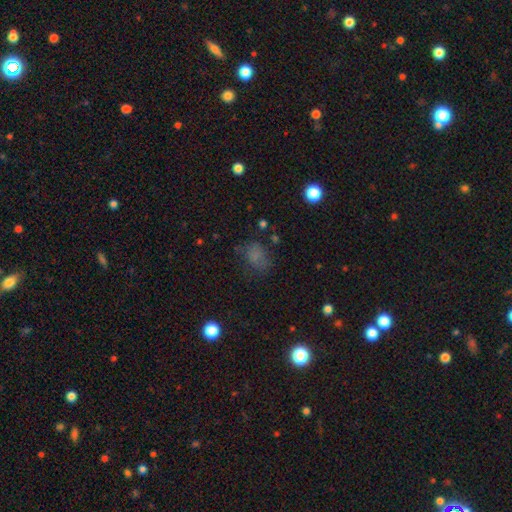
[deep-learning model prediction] This is likely a smooth galaxy (67%). How rounded: likely in between (62%). Merging: possibly none (58%).